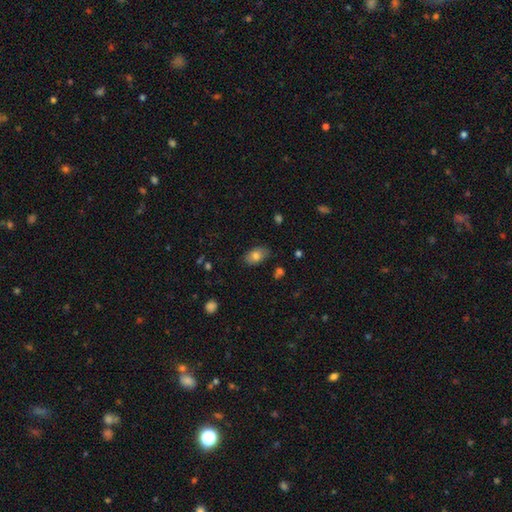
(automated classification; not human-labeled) Morphology: type=smooth (79%); roundness=in between (90%); merging=none (83%).